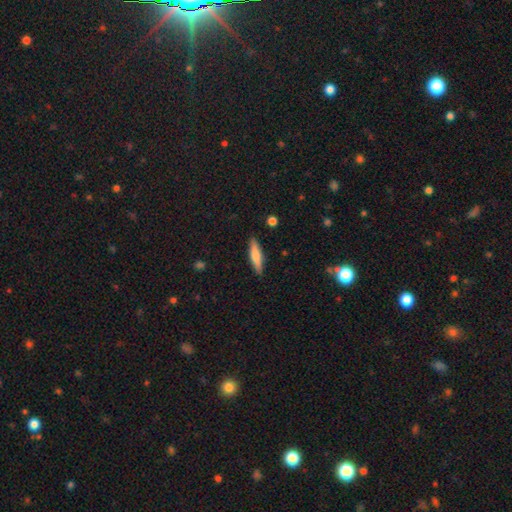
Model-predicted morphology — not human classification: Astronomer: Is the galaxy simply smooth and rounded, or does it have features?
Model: smooth — 64%.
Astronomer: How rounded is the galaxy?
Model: cigar-shaped — 77%.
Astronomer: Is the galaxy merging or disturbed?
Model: none — 89%.